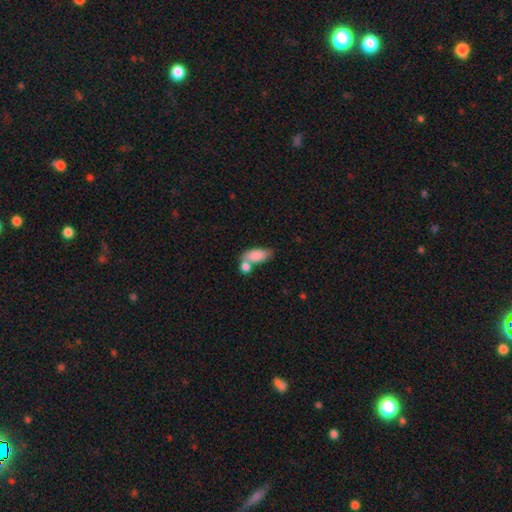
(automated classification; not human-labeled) Morphology: type=smooth (84%); roundness=in between (88%); merging=none (41%).